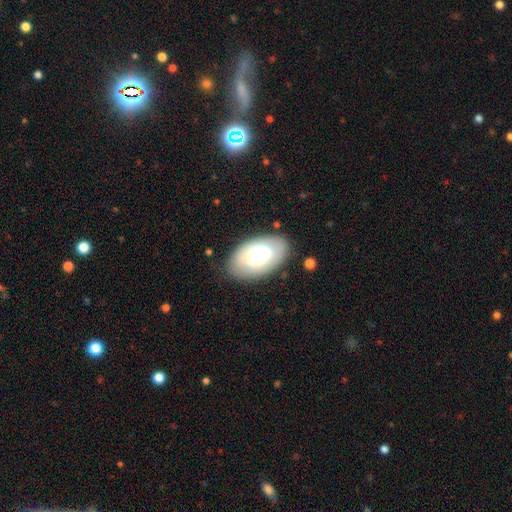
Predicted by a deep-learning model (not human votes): A smooth galaxy with no disk features (60%) that is in between round and cigar-shaped (93%).

Vote fractions:
- Smooth or featured? smooth: 60% / featured or disk: 33% / star or artifact: 7%
- How rounded? in between: 93% / round: 6% / cigar-shaped: 1%
- Merging? none: 78% / minor disturbance: 15% / major disturbance: 5% / merger: 2%